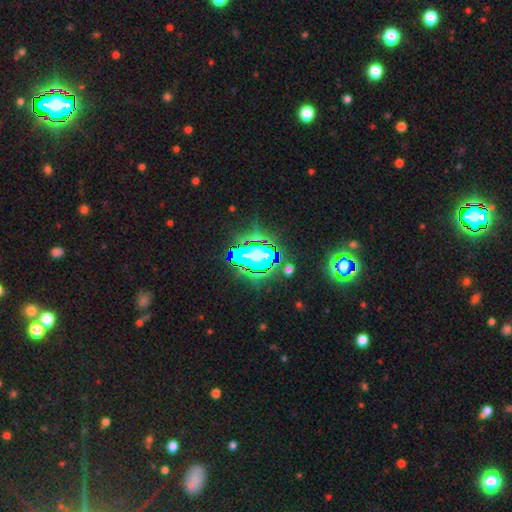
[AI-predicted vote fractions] Overall: star or artifact (55%; featured or disk 24%).